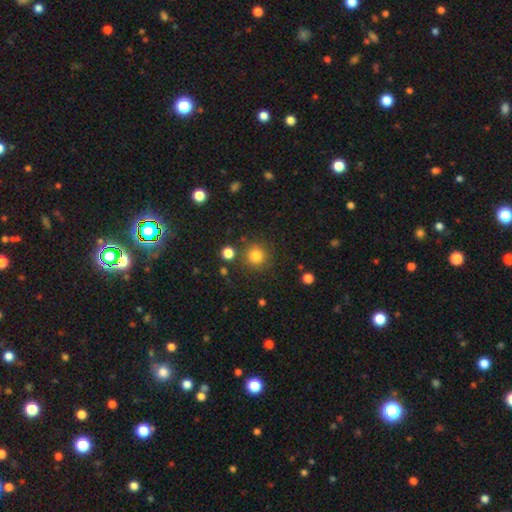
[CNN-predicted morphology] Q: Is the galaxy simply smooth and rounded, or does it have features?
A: smooth — 82%.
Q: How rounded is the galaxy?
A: round — 93%.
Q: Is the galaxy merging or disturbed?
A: none — 84%.